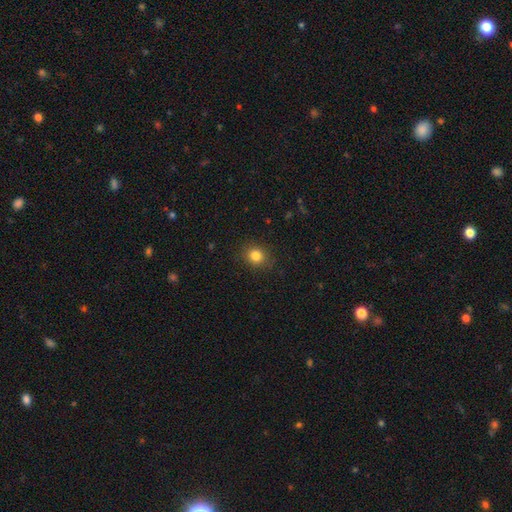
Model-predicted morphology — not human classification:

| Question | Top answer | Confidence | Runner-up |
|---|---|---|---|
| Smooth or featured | smooth | 82% | star or artifact (12%) |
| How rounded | round | 74% | in between (25%) |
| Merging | none | 88% | minor disturbance (9%) |